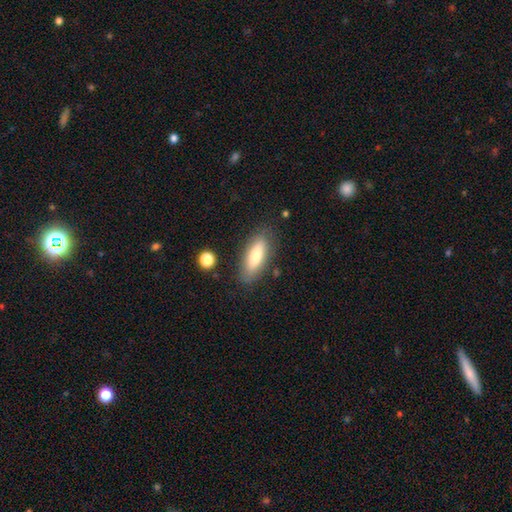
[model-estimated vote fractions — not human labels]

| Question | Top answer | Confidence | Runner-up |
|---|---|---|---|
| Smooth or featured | smooth | 72% | featured or disk (21%) |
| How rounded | in between | 62% | cigar-shaped (36%) |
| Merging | none | 82% | minor disturbance (12%) |